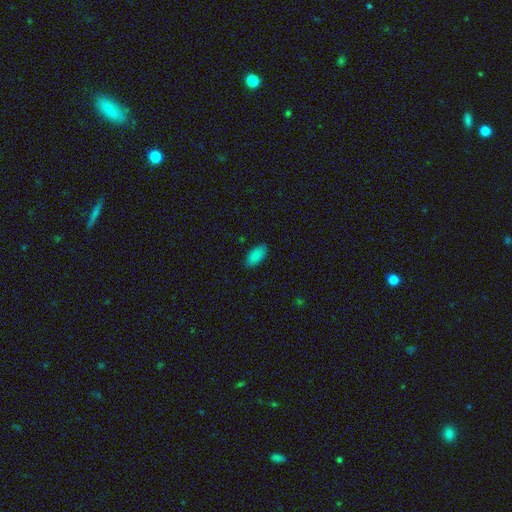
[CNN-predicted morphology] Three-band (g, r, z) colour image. It shows a smooth galaxy with no disk features (87%) that is in between round and cigar-shaped (93%). Merging: none (87%).